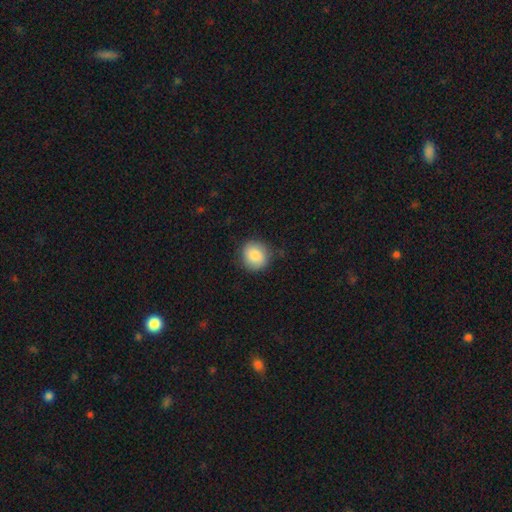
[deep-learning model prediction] Overall: smooth (85%). How rounded: round (84%). Merging: none (84%).